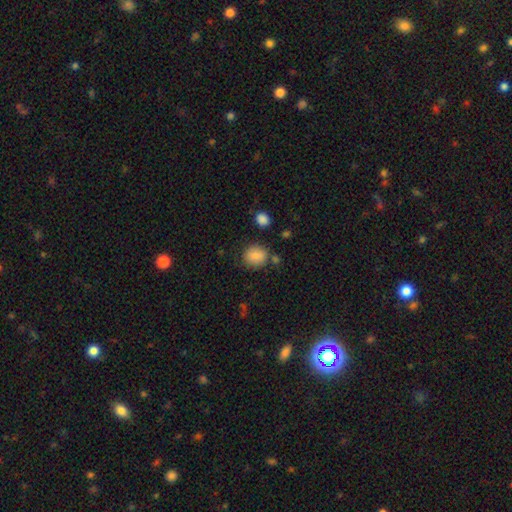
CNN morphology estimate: type=smooth (84%); roundness=round (73%); merging=none (76%).